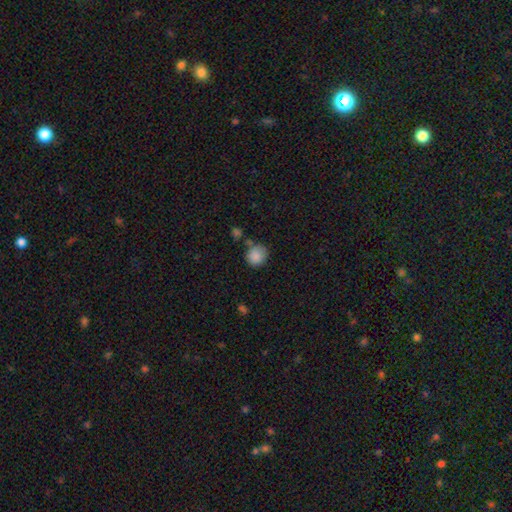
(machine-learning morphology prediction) The model was most divided on "merging": none: 66%, minor disturbance: 18%, merger: 10%, major disturbance: 5%. More confident: smooth or featured — smooth (87%); how rounded — round (83%).